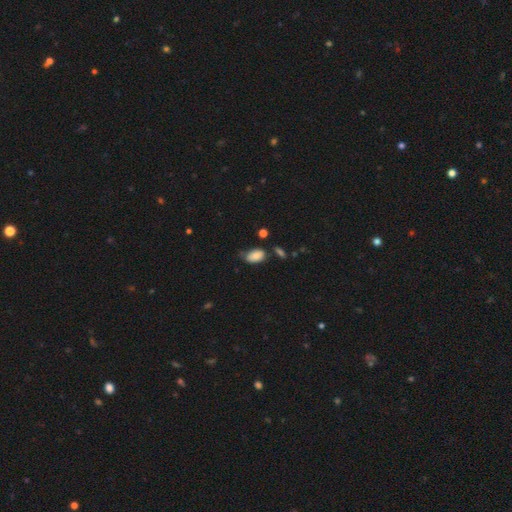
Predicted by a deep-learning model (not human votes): A smooth galaxy with no disk features (83%) that is in between round and cigar-shaped (92%).

Vote fractions:
- Smooth or featured? smooth: 83% / featured or disk: 9% / star or artifact: 8%
- How rounded? in between: 92% / round: 6% / cigar-shaped: 2%
- Merging? none: 56% / minor disturbance: 31% / major disturbance: 7% / merger: 6%